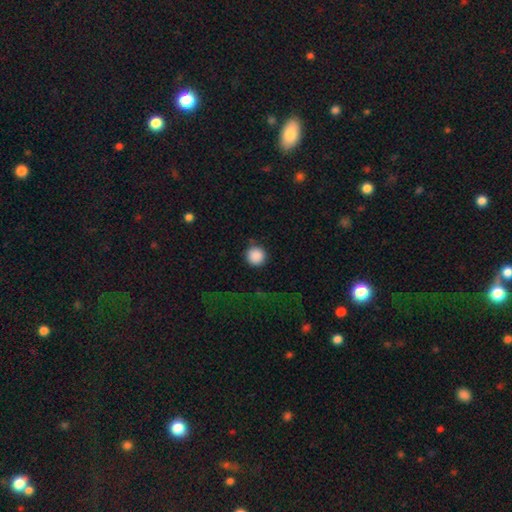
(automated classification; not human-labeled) Q: Smooth or featured?
A: smooth (88%); runner-up: star or artifact (9%)
Q: How rounded?
A: round (96%); runner-up: in between (3%)
Q: Merging?
A: none (84%); runner-up: minor disturbance (9%)